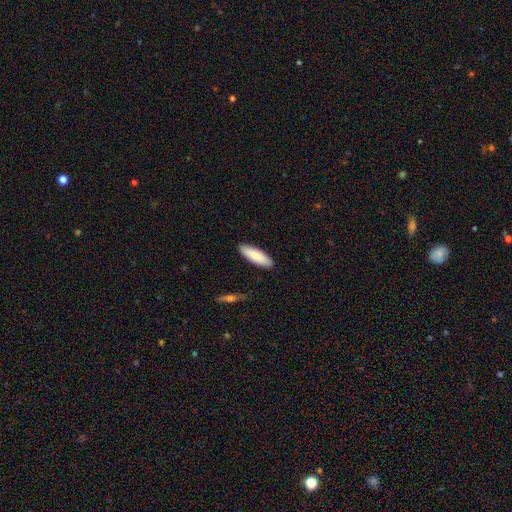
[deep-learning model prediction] A smooth galaxy with no disk features (86%) that is in between round and cigar-shaped (54%). Merging: none (89%).